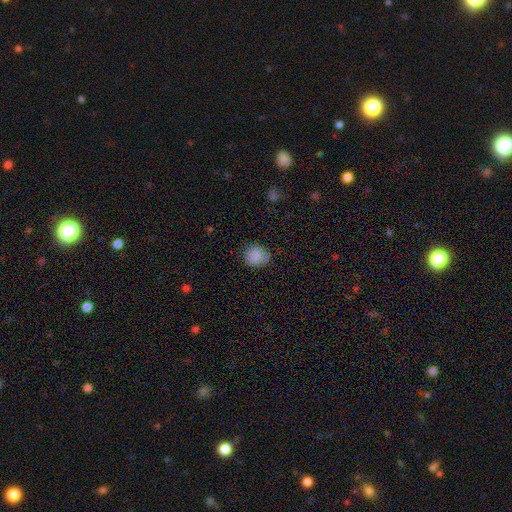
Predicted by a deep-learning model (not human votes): Morphology: type=smooth (83%); roundness=round (82%); merging=none (79%).